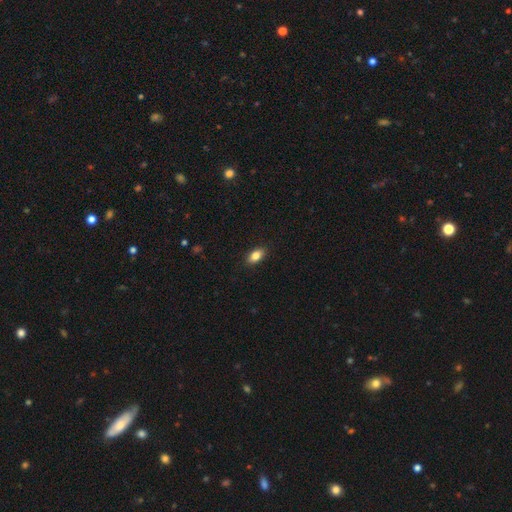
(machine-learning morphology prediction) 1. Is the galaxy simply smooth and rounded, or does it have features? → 83% smooth, 9% featured or disk, 8% star or artifact.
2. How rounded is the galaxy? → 89% in between, 7% round, 4% cigar-shaped.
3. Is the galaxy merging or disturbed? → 89% none, 8% minor disturbance, 2% major disturbance, 1% merger.